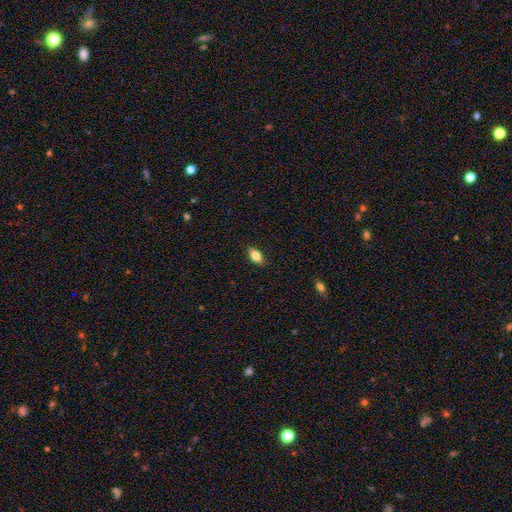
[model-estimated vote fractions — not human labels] Smooth or featured? Predicted: smooth (p=0.75). How rounded? Predicted: in between (p=0.86). Merging? Predicted: none (p=0.87).